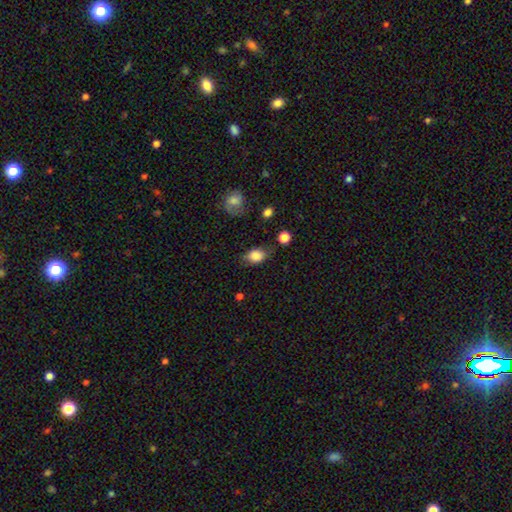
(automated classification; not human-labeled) Q: Smooth or featured?
A: smooth (83%); runner-up: featured or disk (9%)
Q: How rounded?
A: in between (75%); runner-up: round (24%)
Q: Merging?
A: none (67%); runner-up: minor disturbance (24%)